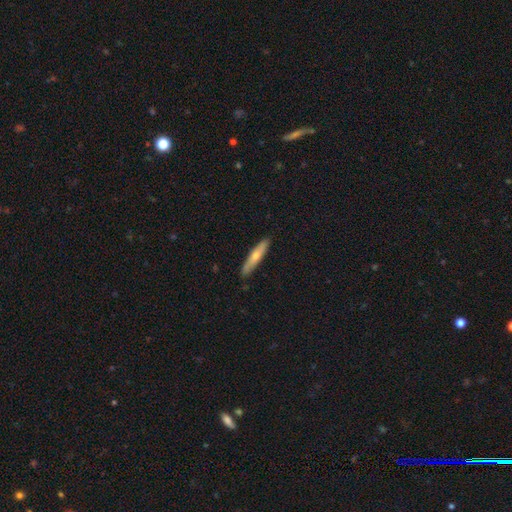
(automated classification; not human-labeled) A smooth galaxy with no disk features (59%) that is cigar-shaped (88%). Merging: none (88%).